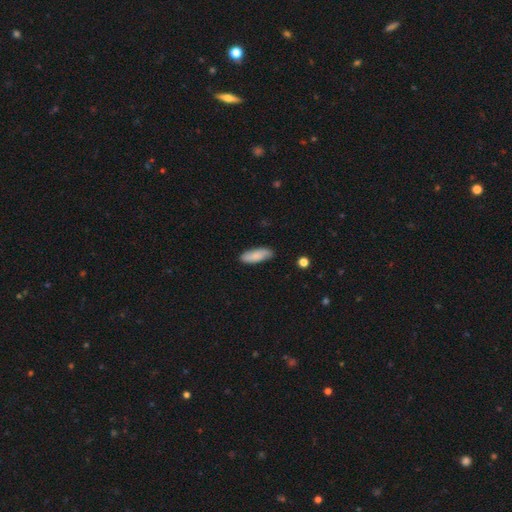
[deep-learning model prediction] This is clearly a smooth galaxy (82%). How rounded: likely in between (68%). Merging: clearly none (84%).